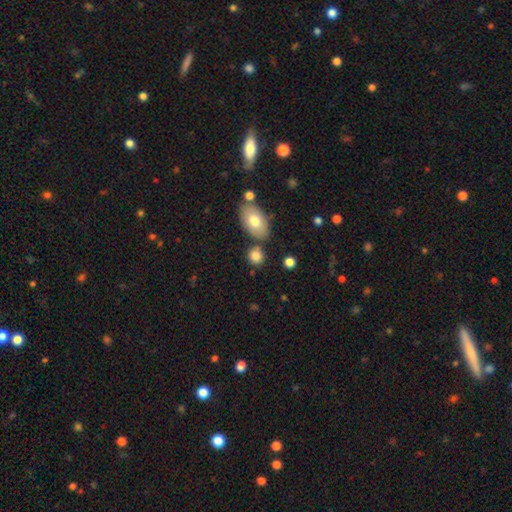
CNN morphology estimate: type=smooth (83%); roundness=round (61%); merging=none (69%).